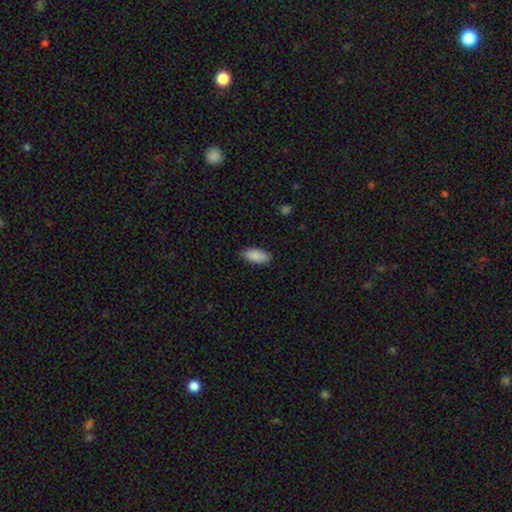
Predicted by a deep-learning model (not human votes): This appears to be a smooth galaxy with no disk features (90%) that is in between round and cigar-shaped (90%). Merging: none (86%).